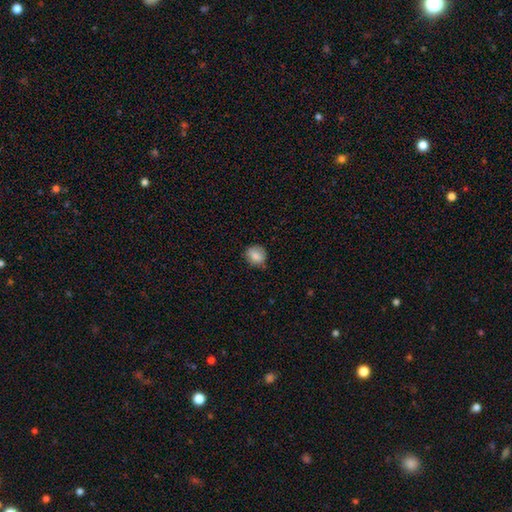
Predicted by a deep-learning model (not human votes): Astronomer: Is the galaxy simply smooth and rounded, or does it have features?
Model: smooth — 85%.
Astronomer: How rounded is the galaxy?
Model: round — 73%.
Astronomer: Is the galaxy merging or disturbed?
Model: none — 76%.